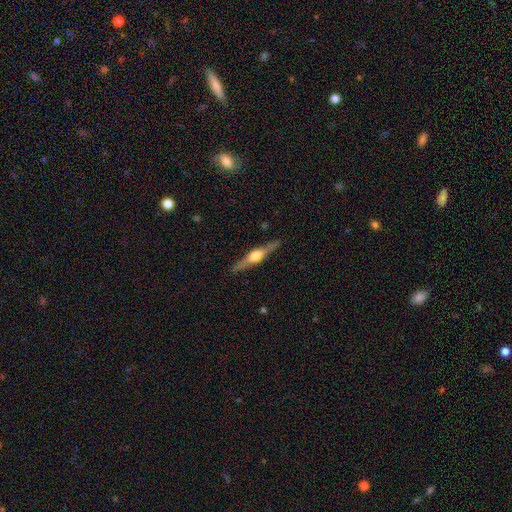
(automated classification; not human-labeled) smooth_or_featured: featured or disk (p=0.77) [alt: smooth p=0.18]
disk_edge_on: yes (p=0.98) [alt: no p=0.02]
edge_on_bulge: rounded (p=0.93) [alt: boxy p=0.05]
merging: none (p=0.90) [alt: minor disturbance p=0.07]